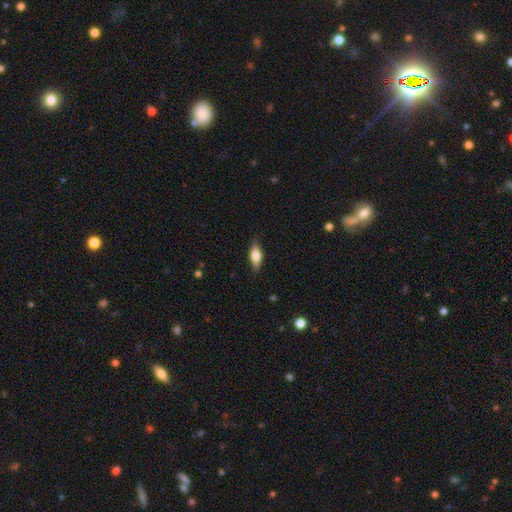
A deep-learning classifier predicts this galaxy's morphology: Smooth or featured? Predicted: smooth (p=0.57). How rounded? Predicted: in between (p=0.68). Merging? Predicted: none (p=0.83).